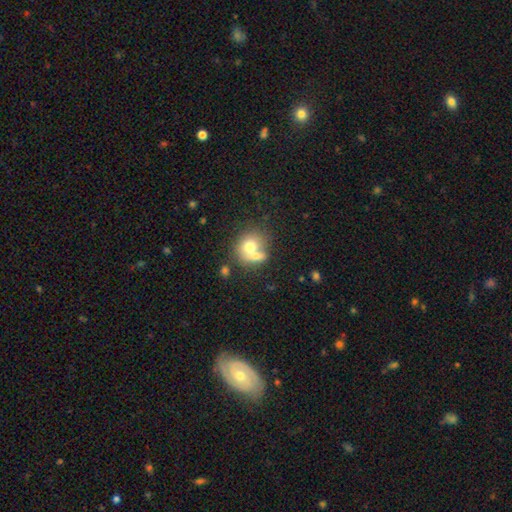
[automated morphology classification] smooth 69%, featured or disk 22%, star or artifact 9%. Down the decision tree: how rounded — round (65%); merging — merger (58%).